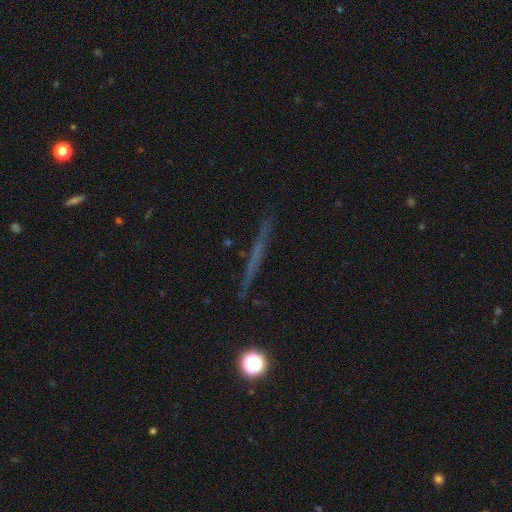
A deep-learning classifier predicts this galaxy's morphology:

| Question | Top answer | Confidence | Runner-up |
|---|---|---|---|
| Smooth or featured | featured or disk | 50% | smooth (34%) |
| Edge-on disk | yes | 94% | no (6%) |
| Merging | none | 89% | minor disturbance (7%) |